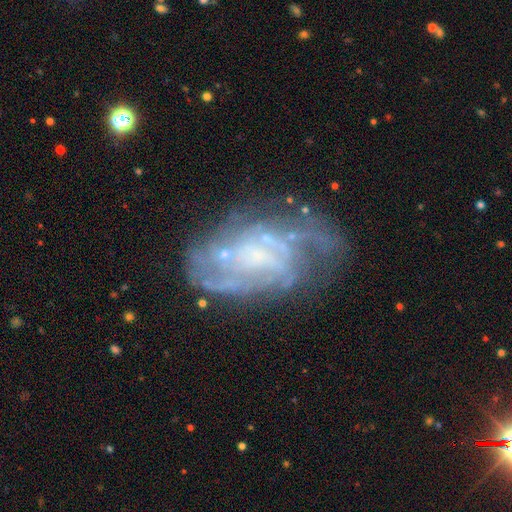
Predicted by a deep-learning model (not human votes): Morphology: type=featured or disk (79%); edge-on=no (97%); bar=no (60%); spiral arms=yes (82%); winding=tight (44%); arm count=can't tell (44%); bulge=none (46%); merging=none (54%).